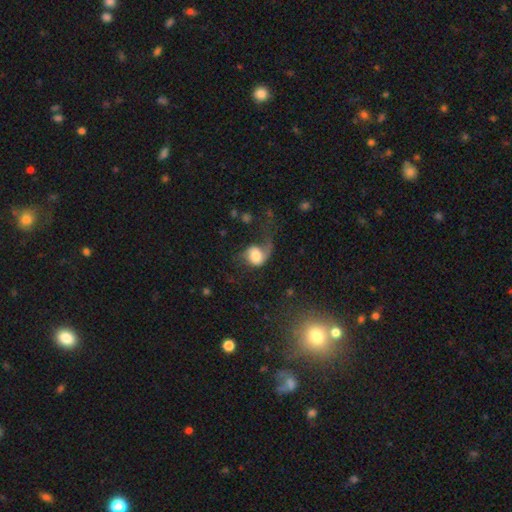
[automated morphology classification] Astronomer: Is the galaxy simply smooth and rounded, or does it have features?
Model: smooth — 46% (runner-up: featured or disk, 45%).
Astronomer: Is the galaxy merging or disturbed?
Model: major disturbance — 47% (runner-up: none, 29%).